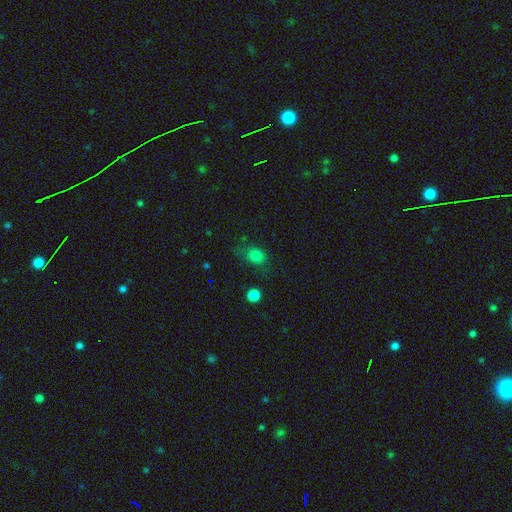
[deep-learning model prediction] The model was most divided on "how rounded": in between: 60%, round: 37%, cigar-shaped: 2%. More confident: smooth or featured — smooth (78%); merging — none (58%).